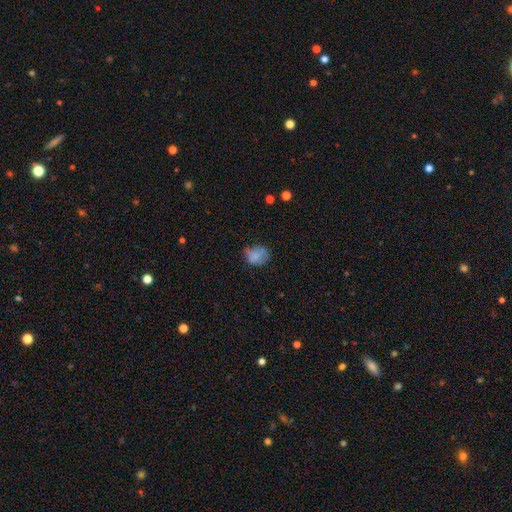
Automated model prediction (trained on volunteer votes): Morphology: type=smooth (77%); roundness=round (51%); merging=none (52%).